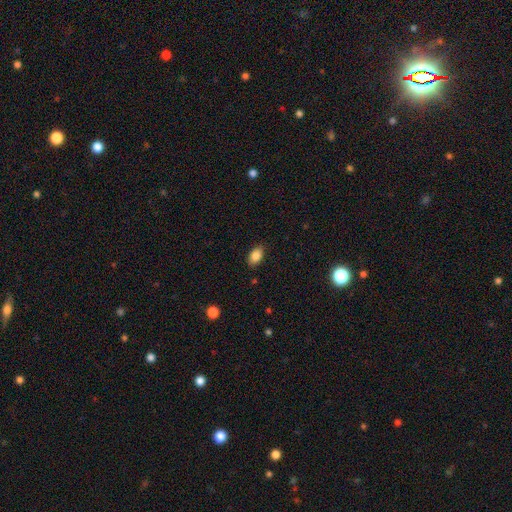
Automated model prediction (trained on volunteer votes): smooth_or_featured: smooth (p=0.85) [alt: star or artifact p=0.08]
how_rounded: in between (p=0.90) [alt: round p=0.08]
merging: none (p=0.86) [alt: minor disturbance p=0.11]